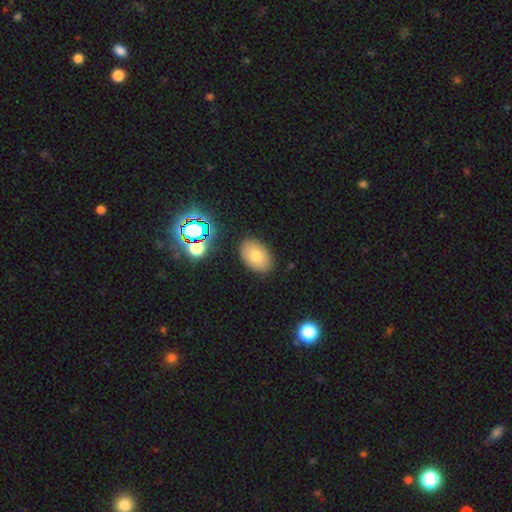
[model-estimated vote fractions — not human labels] A smooth galaxy with no disk features (76%) that is in between round and cigar-shaped (87%).

Vote fractions:
- Smooth or featured? smooth: 76% / featured or disk: 13% / star or artifact: 11%
- How rounded? in between: 87% / round: 12% / cigar-shaped: 1%
- Merging? none: 87% / minor disturbance: 9% / major disturbance: 2% / merger: 2%